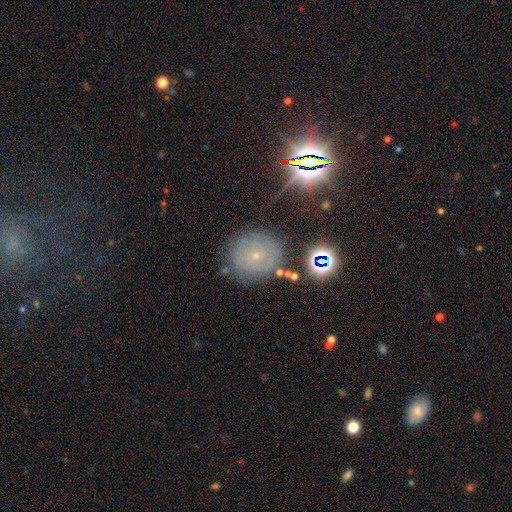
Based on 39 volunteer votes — Volunteers were most divided on "spiral arm count": can't tell: 46%, 2: 35%, 4: 12%, 1: 4%, 3: 4%, more than 4: 0%. More confident: edge-on disk — no (100%); spiral arms — yes (90%); merging — none (81%); spiral winding — tight (77%); smooth or featured — featured or disk (74%); bulge size — small (72%); bar — no (69%).